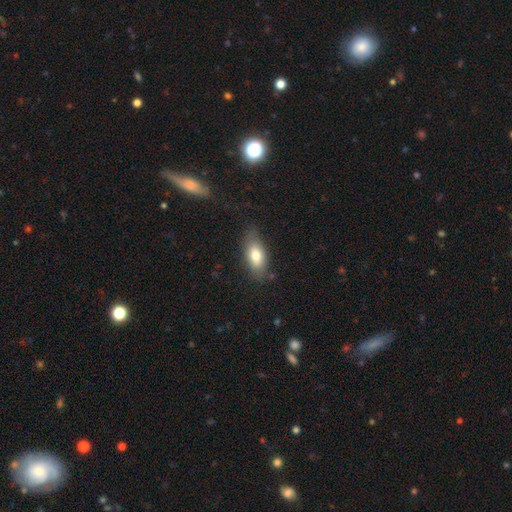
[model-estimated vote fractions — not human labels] Smooth or featured? smooth (77%)
How rounded? in between (86%)
Merging? none (73%)